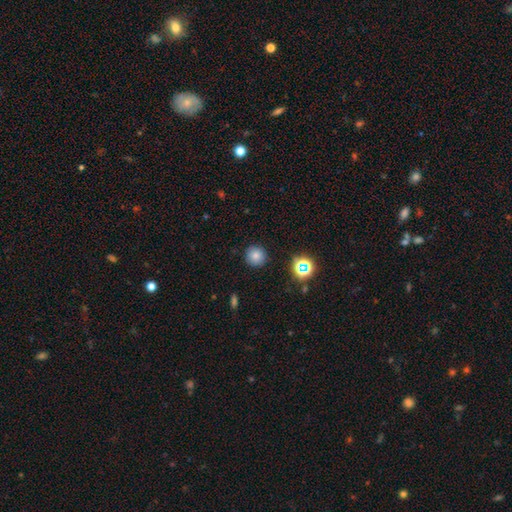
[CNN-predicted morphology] Smooth or featured? Predicted: smooth (p=0.77). How rounded? Predicted: round (p=0.94). Merging? Predicted: none (p=0.90).